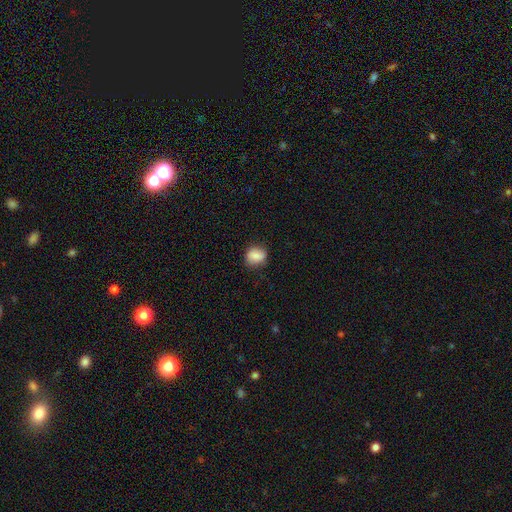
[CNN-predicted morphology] Overall: smooth (84%). How rounded: round (66%; in between 33%). Merging: none (81%).